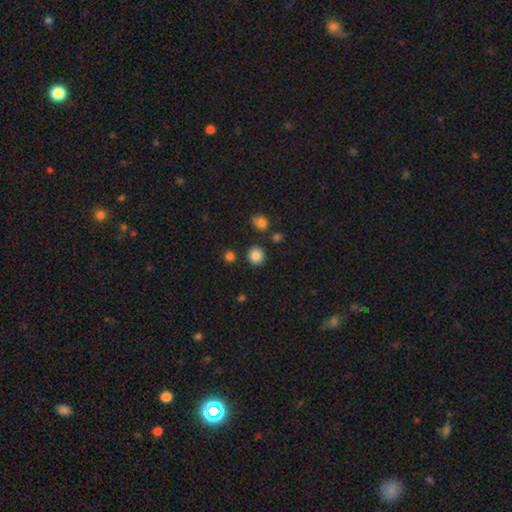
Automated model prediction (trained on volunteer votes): Smooth or featured: smooth — 85% (star or artifact — 10%)
How rounded: round — 90% (in between — 9%)
Merging: none — 87% (minor disturbance — 7%)